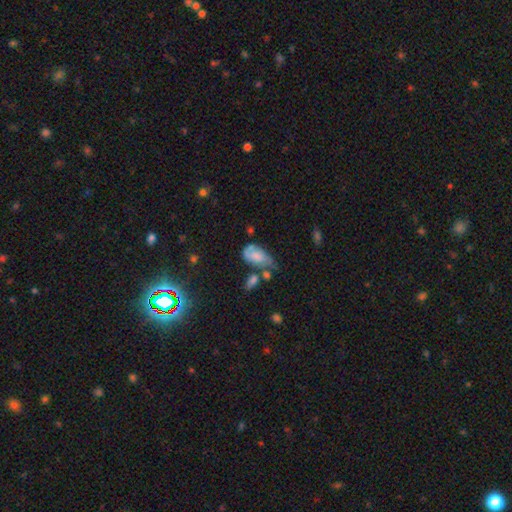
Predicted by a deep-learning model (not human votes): Smooth or featured? Predicted: smooth (p=0.60). How rounded? Predicted: in between (p=0.92). Merging? Predicted: minor disturbance (p=0.33).